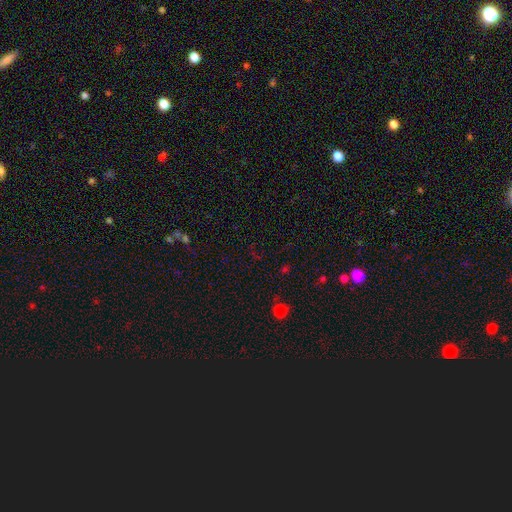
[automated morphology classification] Smooth or featured?
  - star or artifact: 65% *
  - smooth: 27%
  - featured or disk: 8%